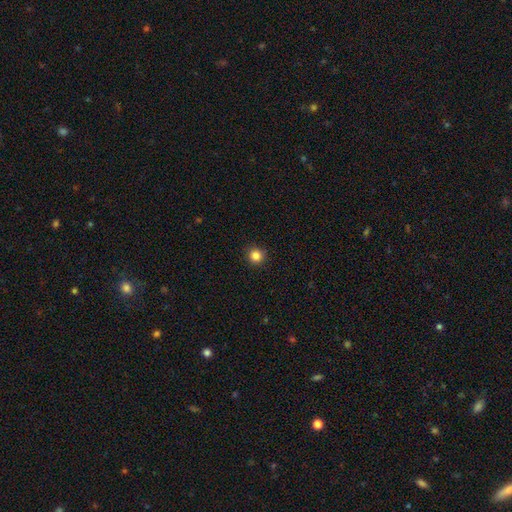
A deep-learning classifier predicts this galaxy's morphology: Smooth or featured? smooth (84%)
How rounded? round (95%)
Merging? none (92%)